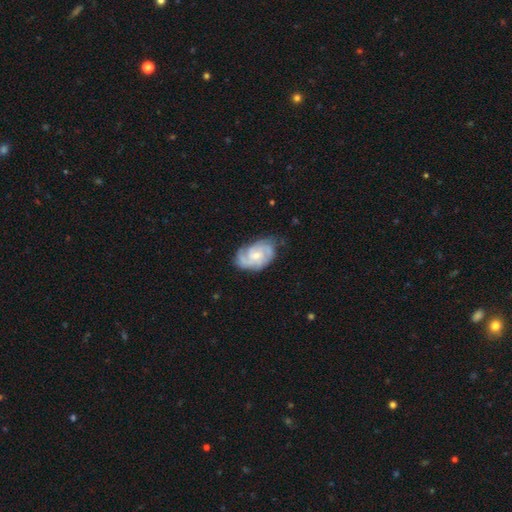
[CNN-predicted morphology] Smooth or featured? Predicted: featured or disk (p=0.84). Edge-on disk? Predicted: no (p=0.97). Bar? Predicted: no (p=0.61). Spiral arms? Predicted: yes (p=0.97). Spiral winding? Predicted: tight (p=0.61). Spiral arm count? Predicted: 3 (p=0.35). Bulge size? Predicted: small (p=0.55). Merging? Predicted: none (p=0.68).